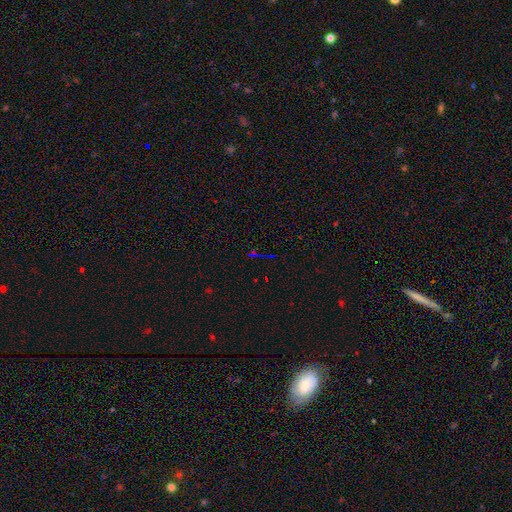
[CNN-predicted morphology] type=star or artifact (73%).